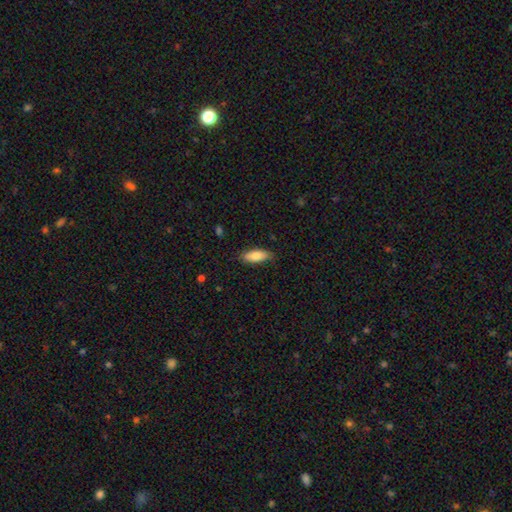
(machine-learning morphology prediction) Smooth or featured?
  - smooth: 80% *
  - featured or disk: 14%
  - star or artifact: 6%
How rounded?
  - in between: 77% *
  - cigar-shaped: 21%
  - round: 2%
Merging?
  - none: 82% *
  - minor disturbance: 14%
  - major disturbance: 3%
  - merger: 1%